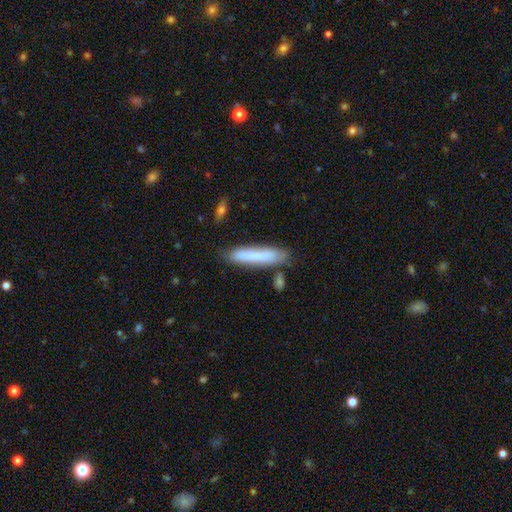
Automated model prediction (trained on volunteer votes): smooth 78%, featured or disk 15%, star or artifact 7%. Down the decision tree: how rounded — cigar-shaped (89%); merging — none (78%).